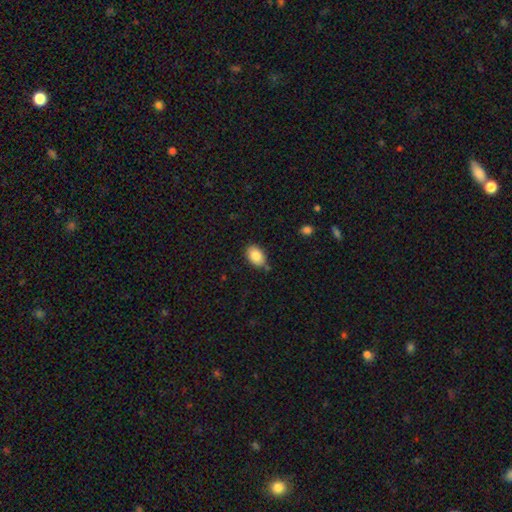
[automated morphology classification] smooth 86%, star or artifact 8%, featured or disk 6%. Down the decision tree: how rounded — in between (83%); merging — none (74%).